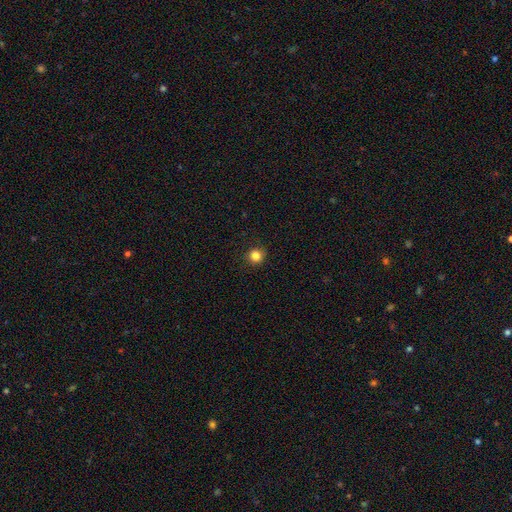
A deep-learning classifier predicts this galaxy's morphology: smooth-or-featured: smooth: 84% | star or artifact: 12% | featured or disk: 4%
  how-rounded: round: 94% | in between: 5% | cigar-shaped: 1%
  merging: none: 91% | minor disturbance: 6% | major disturbance: 2% | merger: 1%